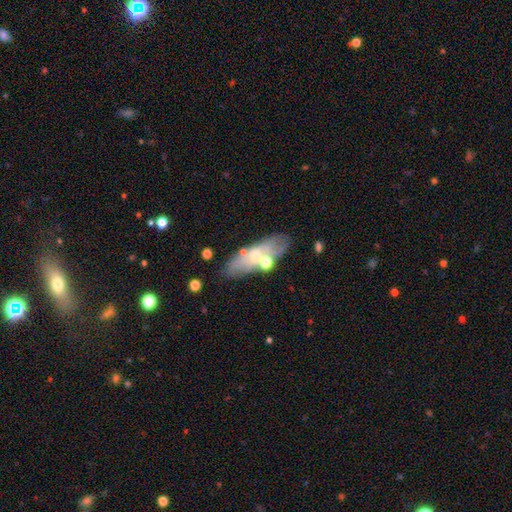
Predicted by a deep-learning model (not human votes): Q: Smooth or featured?
A: featured or disk (50%); runner-up: smooth (41%)
Q: Merging?
A: none (67%); runner-up: minor disturbance (17%)